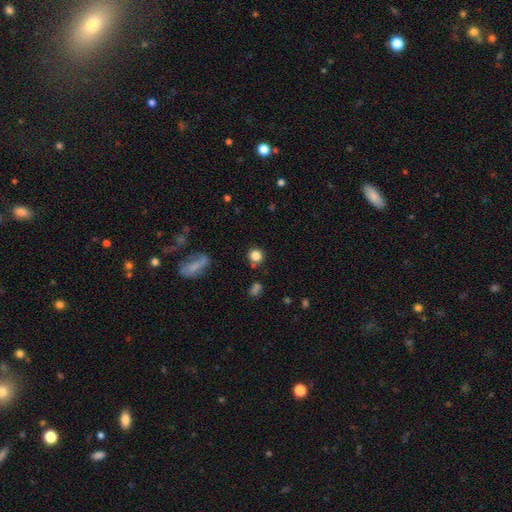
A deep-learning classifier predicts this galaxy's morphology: smooth-or-featured: smooth: 82% | star or artifact: 12% | featured or disk: 6%
  how-rounded: round: 89% | in between: 10% | cigar-shaped: 1%
  merging: none: 81% | minor disturbance: 10% | merger: 5% | major disturbance: 4%